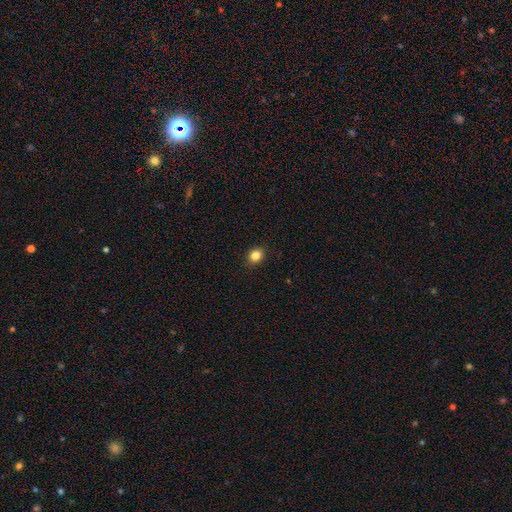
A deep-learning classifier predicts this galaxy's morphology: Smooth or featured? Predicted: smooth (p=0.84). How rounded? Predicted: round (p=0.61). Merging? Predicted: none (p=0.91).